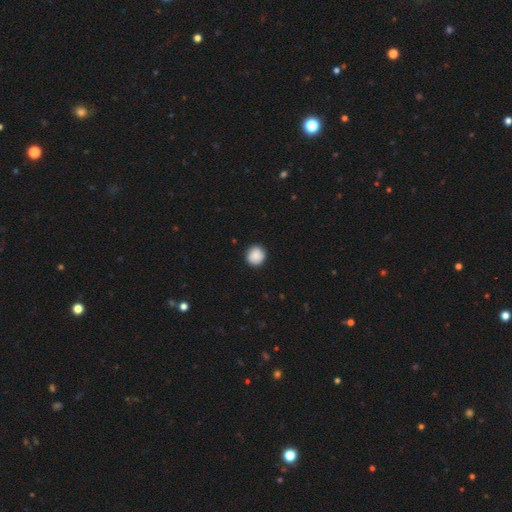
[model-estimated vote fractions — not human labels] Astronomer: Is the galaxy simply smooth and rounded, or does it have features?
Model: smooth — 88%.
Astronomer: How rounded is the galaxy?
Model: round — 88%.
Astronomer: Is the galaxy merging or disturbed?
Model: none — 89%.